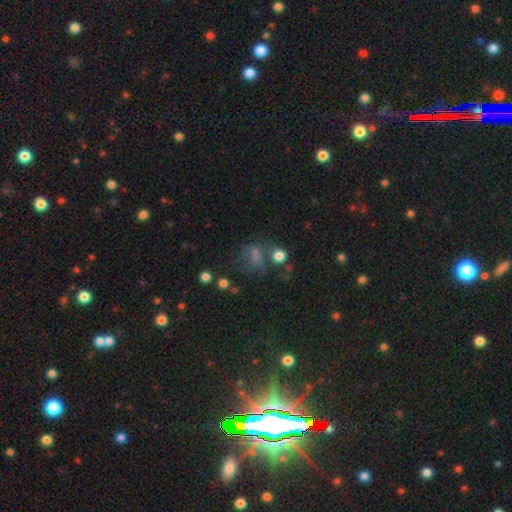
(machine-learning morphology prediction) Smooth or featured? smooth (59%)
How rounded? in between (49%)
Merging? none (41%)